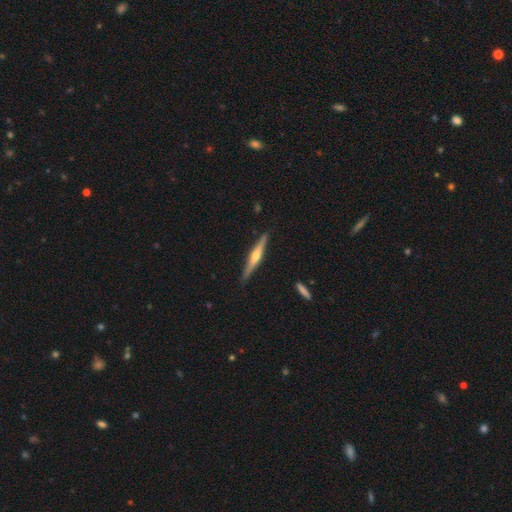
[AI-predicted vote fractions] featured or disk 70%, smooth 25%, star or artifact 5%. Down the decision tree: edge-on disk — yes (98%); edge-on bulge — rounded (88%); merging — none (89%).